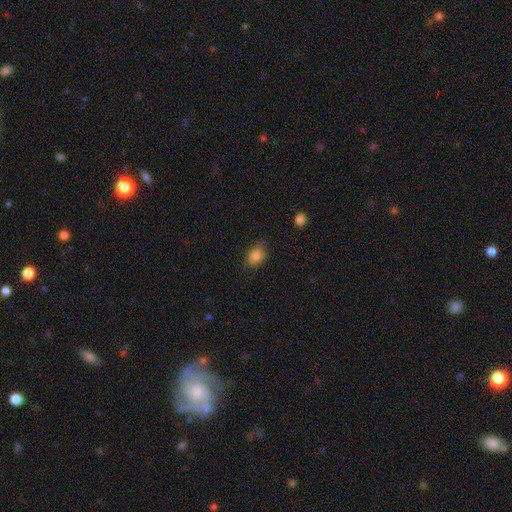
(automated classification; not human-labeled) This is clearly a smooth galaxy (86%). How rounded: likely in between (67%). Merging: likely none (72%).